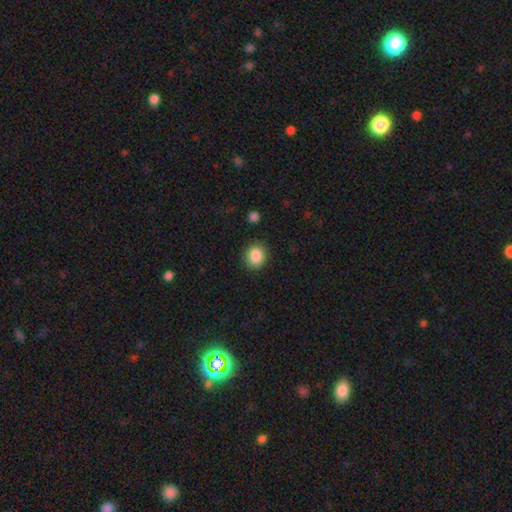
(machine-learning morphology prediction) A smooth galaxy with no disk features (87%) that is round (74%).

Vote fractions:
- Smooth or featured? smooth: 87% / star or artifact: 9% / featured or disk: 4%
- How rounded? round: 74% / in between: 26% / cigar-shaped: 1%
- Merging? none: 88% / minor disturbance: 8% / major disturbance: 2% / merger: 1%